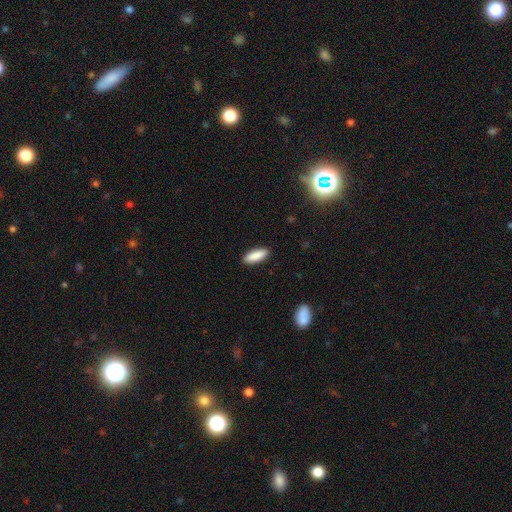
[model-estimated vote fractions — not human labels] This appears to be a smooth galaxy with no disk features (88%) that is in between round and cigar-shaped (59%). Merging: none (90%).